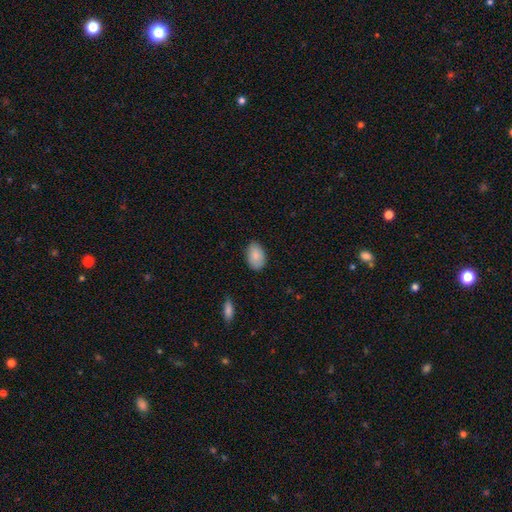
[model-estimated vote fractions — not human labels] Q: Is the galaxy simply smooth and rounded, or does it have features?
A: smooth — 86%.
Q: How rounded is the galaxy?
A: in between — 90%.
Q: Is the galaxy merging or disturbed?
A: none — 83%.